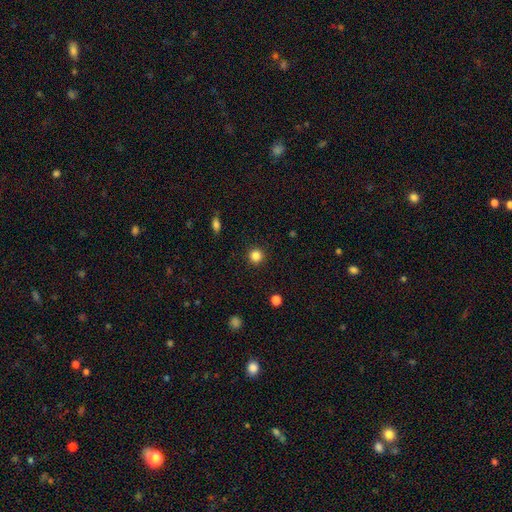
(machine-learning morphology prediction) Smooth or featured: smooth — 85% (star or artifact — 11%)
How rounded: round — 95% (in between — 4%)
Merging: none — 93% (minor disturbance — 5%)